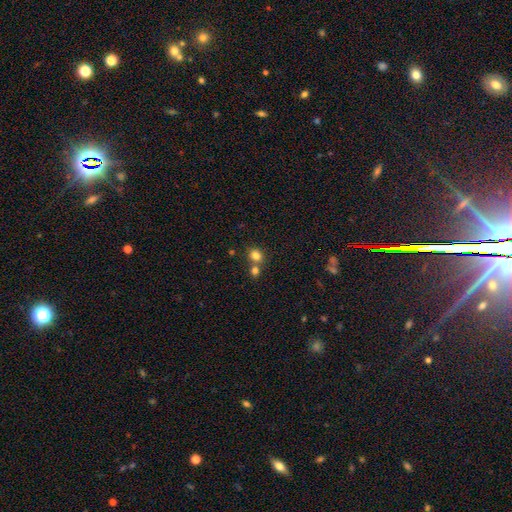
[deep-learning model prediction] Smooth or featured?
  - smooth: 80% *
  - star or artifact: 13%
  - featured or disk: 7%
How rounded?
  - round: 73% *
  - in between: 26%
  - cigar-shaped: 1%
Merging?
  - none: 53% *
  - merger: 37%
  - minor disturbance: 7%
  - major disturbance: 3%